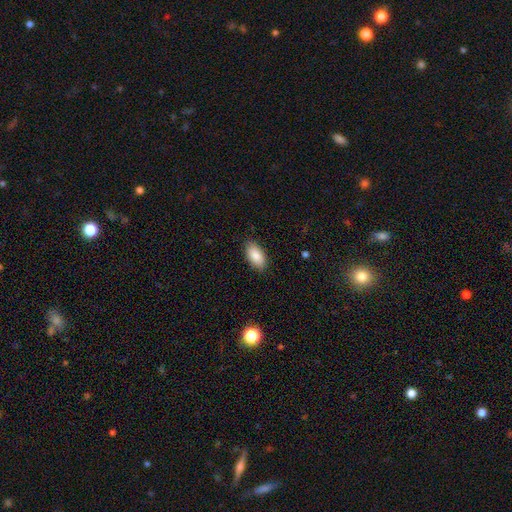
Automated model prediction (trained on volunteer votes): Smooth or featured? Predicted: smooth (p=0.85). How rounded? Predicted: in between (p=0.93). Merging? Predicted: none (p=0.86).